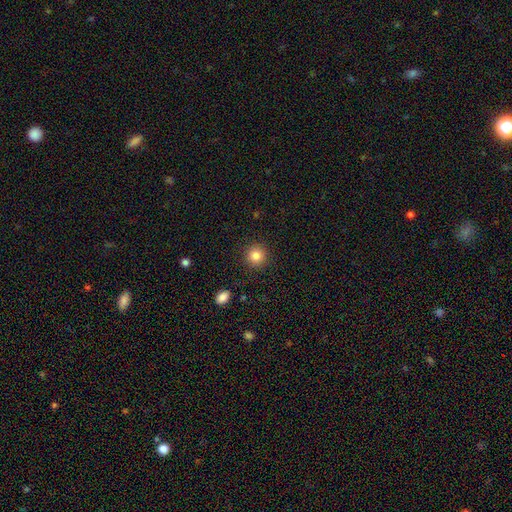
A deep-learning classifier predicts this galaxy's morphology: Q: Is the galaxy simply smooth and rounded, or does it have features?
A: smooth — 84%.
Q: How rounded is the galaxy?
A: round — 94%.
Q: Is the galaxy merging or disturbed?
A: none — 91%.